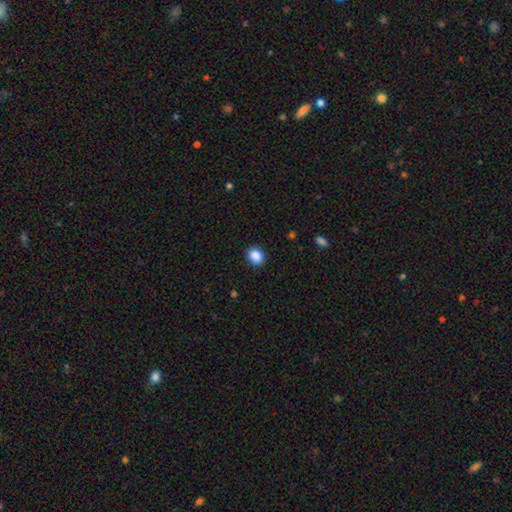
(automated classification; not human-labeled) smooth-or-featured: smooth: 88% | star or artifact: 9% | featured or disk: 3%
  how-rounded: round: 55% | in between: 44% | cigar-shaped: 1%
  merging: none: 89% | minor disturbance: 7% | major disturbance: 2% | merger: 1%